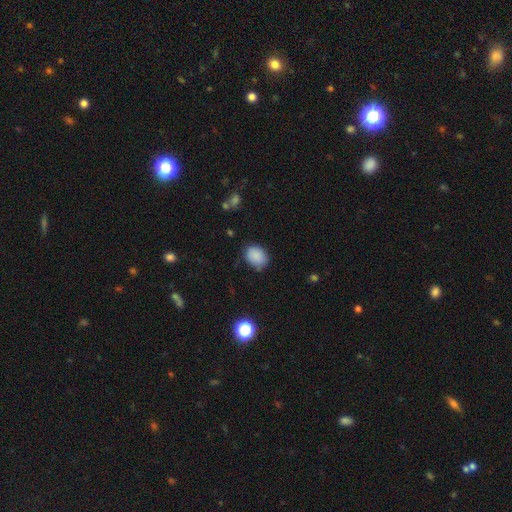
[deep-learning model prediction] Smooth or featured? smooth (86%)
How rounded? in between (61%)
Merging? none (70%)